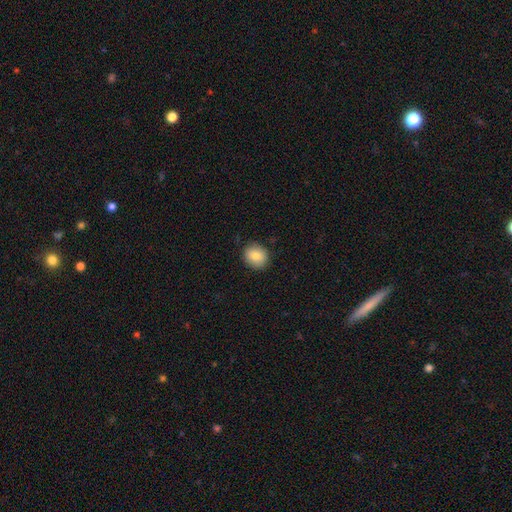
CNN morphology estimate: A smooth galaxy with no disk features (81%) that is round (81%). Merging: none (89%).